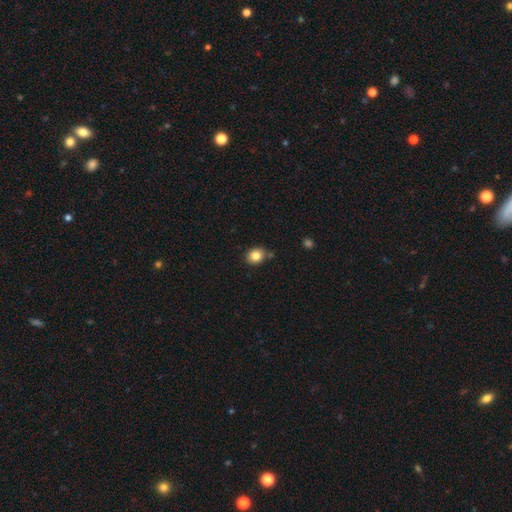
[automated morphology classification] Smooth or featured? Predicted: smooth (p=0.83). How rounded? Predicted: round (p=0.57). Merging? Predicted: none (p=0.79).